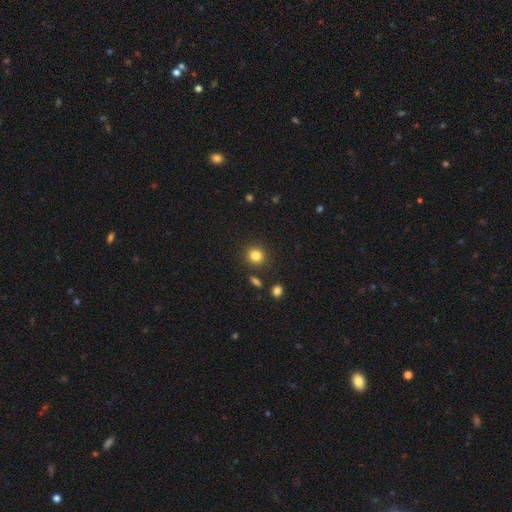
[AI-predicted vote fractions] Smooth or featured? smooth (84%)
How rounded? round (88%)
Merging? none (87%)